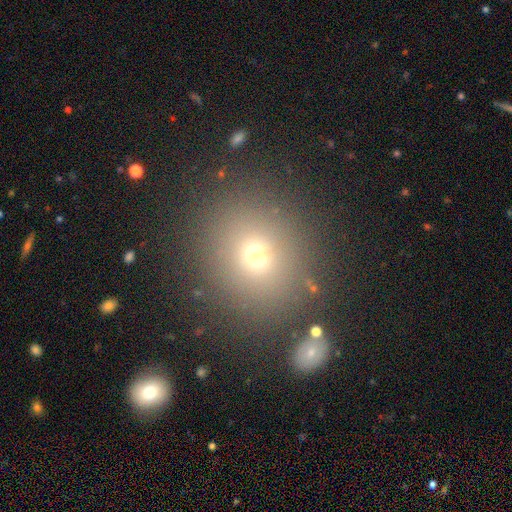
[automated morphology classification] The model was most divided on "smooth or featured": smooth: 67%, star or artifact: 21%, featured or disk: 12%. More confident: merging — none (83%); how rounded — round (80%).